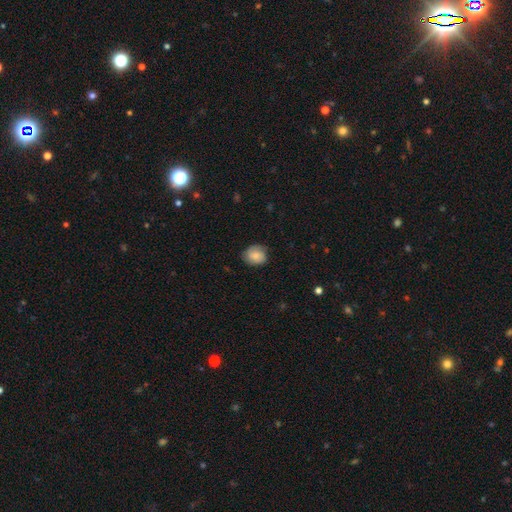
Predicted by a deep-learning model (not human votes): Overall: smooth (77%). How rounded: round (67%; in between 32%). Merging: none (72%).